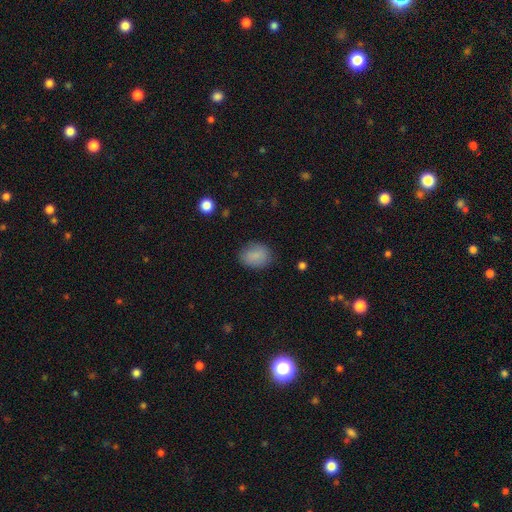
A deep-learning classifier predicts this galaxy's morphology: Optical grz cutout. It shows a smooth galaxy with no disk features (86%) that is in between round and cigar-shaped (58%). Merging: none (81%).